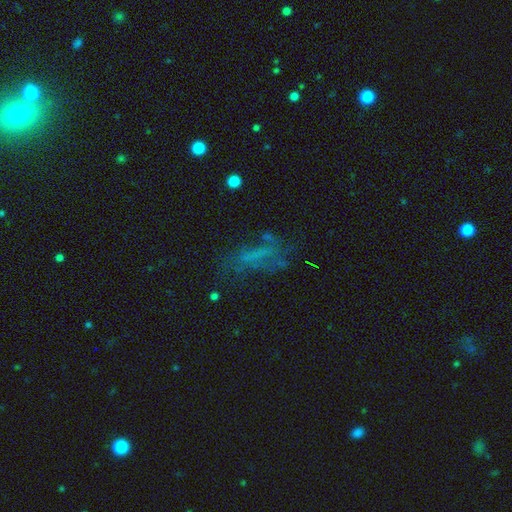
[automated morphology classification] Overall: featured or disk (36%, tied with smooth). Merging: none (44%; major disturbance 31%).